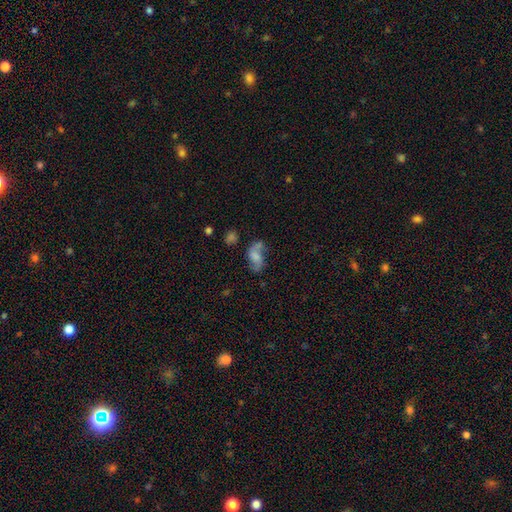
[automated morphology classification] This is possibly a featured or disk galaxy (55%). It is clearly not viewed edge-on (95%). Bar: possibly no (53%). Spiral arm pattern: clearly yes (83%). Central bulge: marginally none (32%). Merging: possibly none (47%).